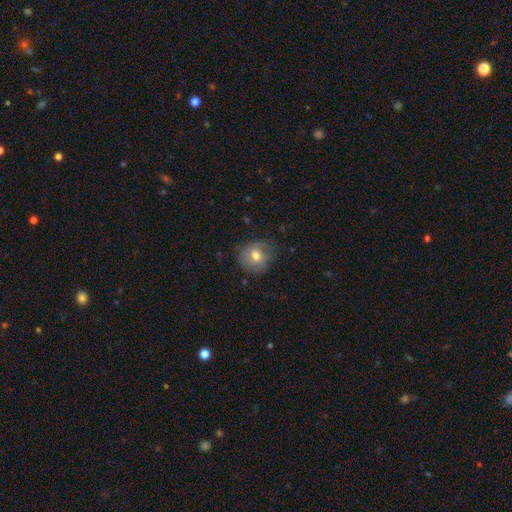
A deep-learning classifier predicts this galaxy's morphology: Q: Smooth or featured?
A: smooth (70%); runner-up: featured or disk (21%)
Q: How rounded?
A: round (77%); runner-up: in between (22%)
Q: Merging?
A: none (67%); runner-up: minor disturbance (25%)